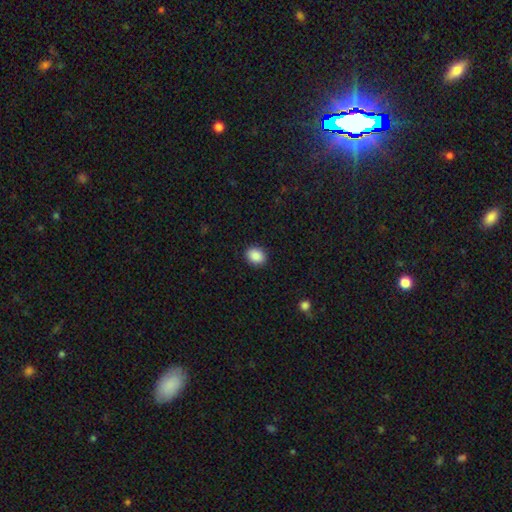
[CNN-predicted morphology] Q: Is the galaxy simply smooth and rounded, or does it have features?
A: smooth — 89%.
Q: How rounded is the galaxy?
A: in between — 54%.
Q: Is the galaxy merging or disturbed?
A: none — 89%.